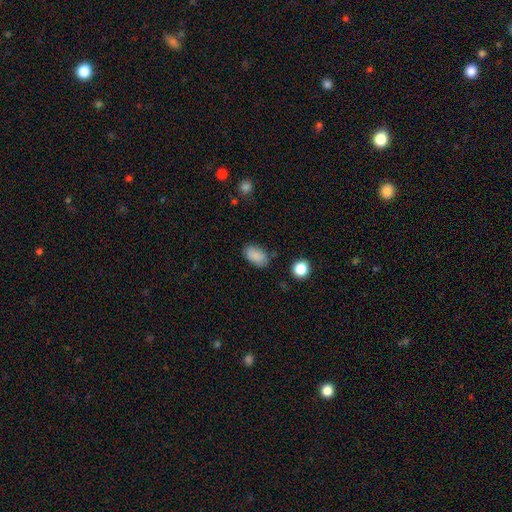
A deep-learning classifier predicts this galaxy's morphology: smooth-or-featured: smooth: 86% | star or artifact: 9% | featured or disk: 5%
  how-rounded: in between: 91% | round: 7% | cigar-shaped: 2%
  merging: none: 74% | minor disturbance: 19% | major disturbance: 5% | merger: 3%